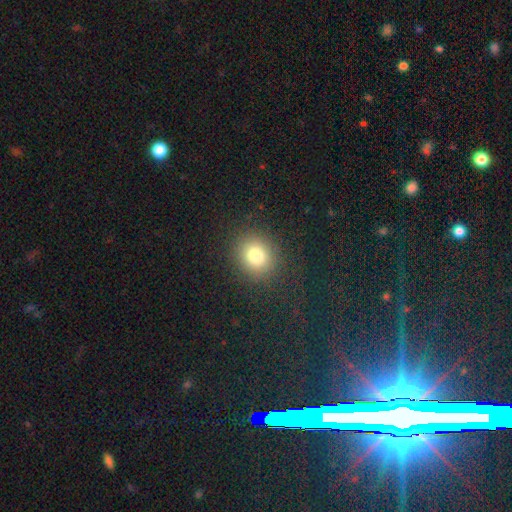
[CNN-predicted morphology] smooth_or_featured: smooth (p=0.79) [alt: star or artifact p=0.13]
how_rounded: round (p=0.76) [alt: in between p=0.23]
merging: none (p=0.88) [alt: minor disturbance p=0.07]